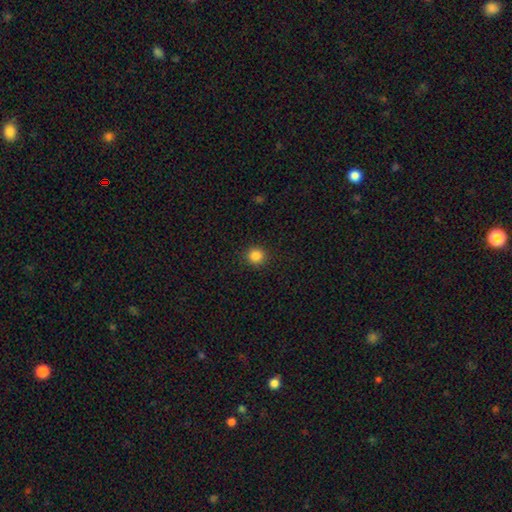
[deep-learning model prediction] Morphology: type=smooth (85%); roundness=round (93%); merging=none (92%).